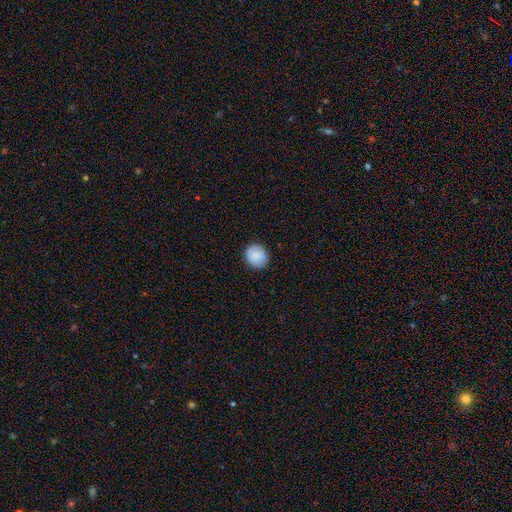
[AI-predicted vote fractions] smooth 86%, star or artifact 7%, featured or disk 7%. Down the decision tree: how rounded — round (85%); merging — none (88%).